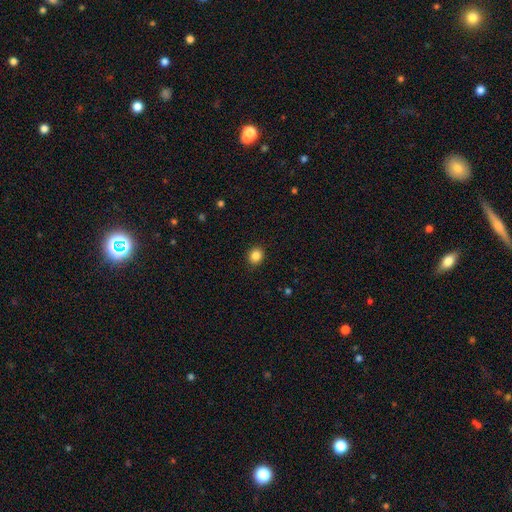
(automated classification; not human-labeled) Smooth or featured: smooth — 86% (star or artifact — 10%)
How rounded: round — 73% (in between — 26%)
Merging: none — 91% (minor disturbance — 6%)